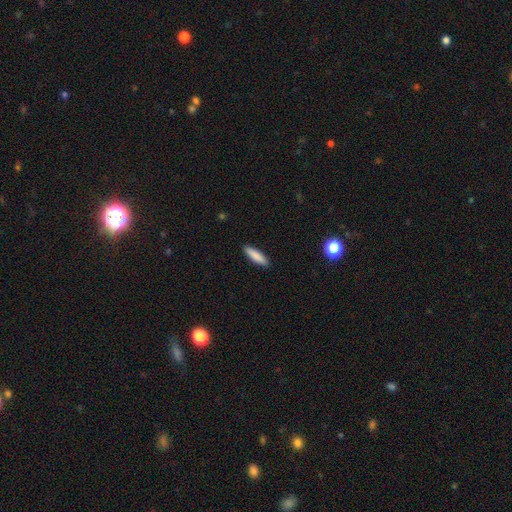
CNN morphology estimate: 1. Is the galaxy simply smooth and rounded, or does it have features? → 86% smooth, 8% featured or disk, 6% star or artifact.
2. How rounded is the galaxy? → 69% cigar-shaped, 29% in between, 1% round.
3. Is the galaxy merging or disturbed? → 90% none, 7% minor disturbance, 2% major disturbance, 1% merger.